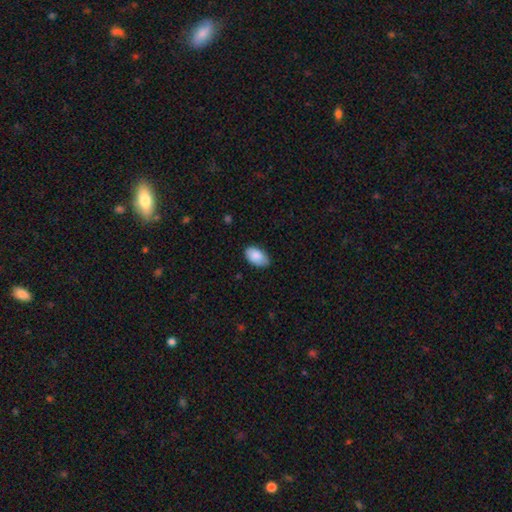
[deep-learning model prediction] This appears to be a smooth galaxy with no disk features (87%) that is in between round and cigar-shaped (94%). Merging: none (79%).